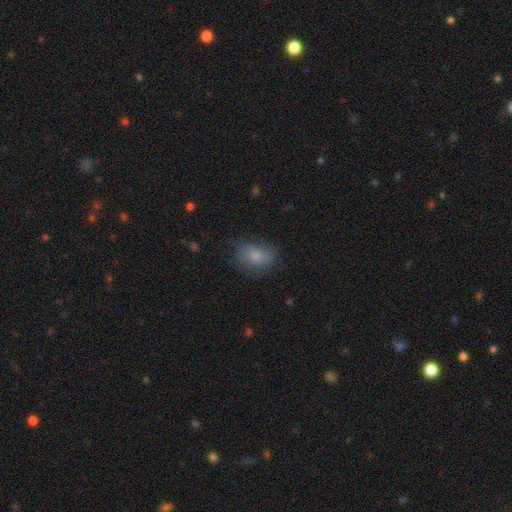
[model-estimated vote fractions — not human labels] A smooth galaxy with no disk features (69%) that is in between round and cigar-shaped (73%).

Vote fractions:
- Smooth or featured? smooth: 69% / featured or disk: 21% / star or artifact: 10%
- How rounded? in between: 73% / round: 25% / cigar-shaped: 2%
- Merging? none: 56% / minor disturbance: 29% / major disturbance: 13% / merger: 2%